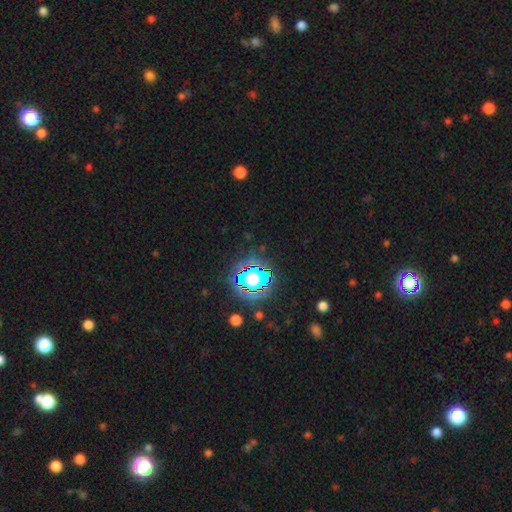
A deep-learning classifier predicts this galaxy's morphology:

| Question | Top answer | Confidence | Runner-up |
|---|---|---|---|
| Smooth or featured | star or artifact | 81% | smooth (12%) |